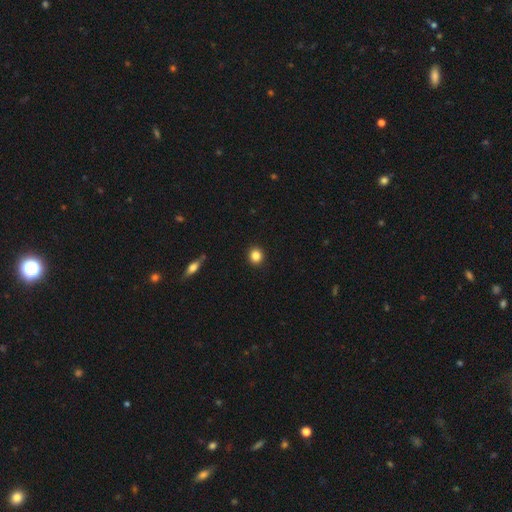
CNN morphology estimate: Overall: smooth (85%). How rounded: round (88%). Merging: none (92%).